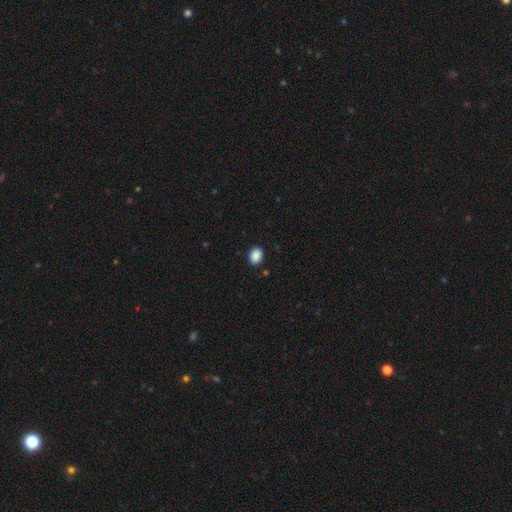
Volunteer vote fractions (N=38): Smooth or featured?
  - smooth: 95% *
  - featured or disk: 5%
  - star or artifact: 0%
How rounded?
  - in between: 67% *
  - round: 33%
  - cigar-shaped: 0%
Merging?
  - none: 79% *
  - minor disturbance: 18%
  - major disturbance: 3%
  - merger: 0%